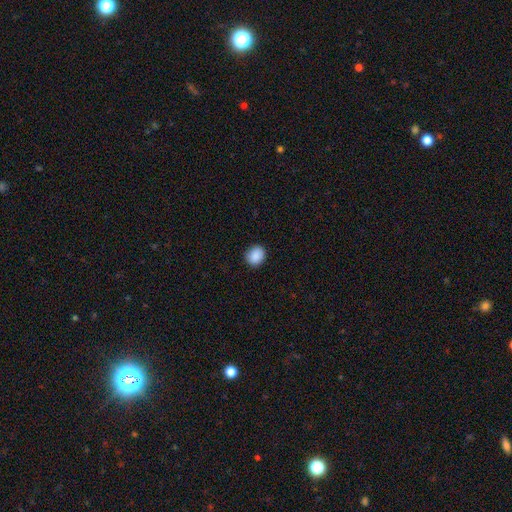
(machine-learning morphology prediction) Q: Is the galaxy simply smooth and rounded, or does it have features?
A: smooth — 89%.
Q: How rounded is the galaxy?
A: round — 68%.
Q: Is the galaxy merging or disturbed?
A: none — 89%.